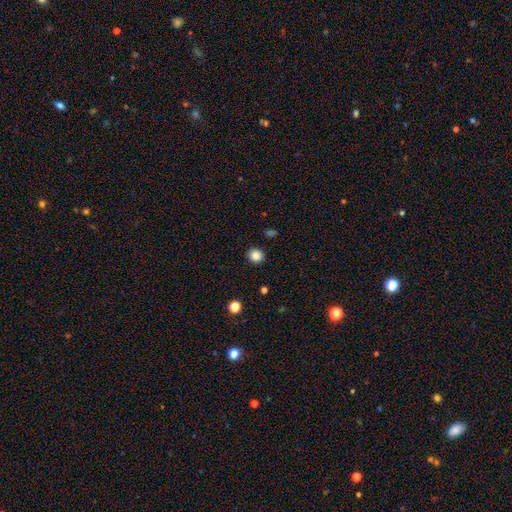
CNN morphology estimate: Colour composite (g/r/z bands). It shows a smooth galaxy with no disk features (86%) that is round (86%). Merging: none (91%).